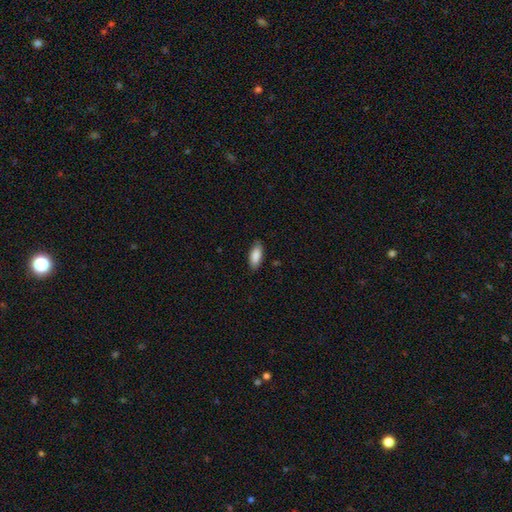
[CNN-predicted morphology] Smooth or featured: smooth — 88% (star or artifact — 6%)
How rounded: in between — 83% (cigar-shaped — 15%)
Merging: none — 85% (minor disturbance — 12%)